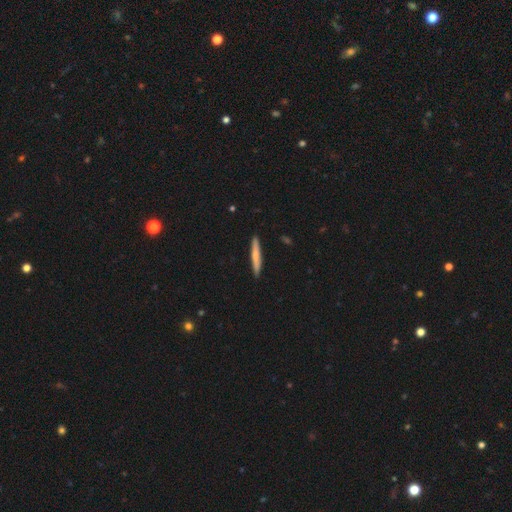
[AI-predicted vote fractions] Smooth or featured: smooth — 68% (featured or disk — 27%)
How rounded: cigar-shaped — 95% (in between — 4%)
Merging: none — 91% (minor disturbance — 7%)